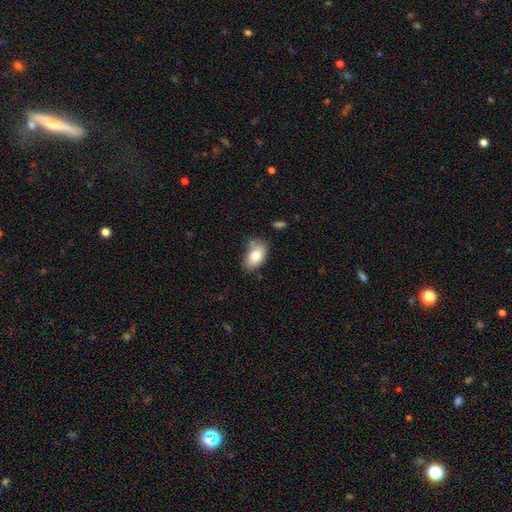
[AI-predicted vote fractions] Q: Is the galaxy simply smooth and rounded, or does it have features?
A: smooth — 79%.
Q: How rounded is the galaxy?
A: in between — 89%.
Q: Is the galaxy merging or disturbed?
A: none — 61%.